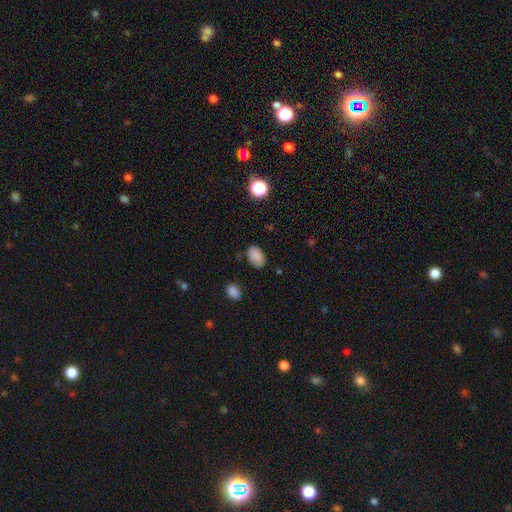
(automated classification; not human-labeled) Smooth or featured? Predicted: smooth (p=0.83). How rounded? Predicted: in between (p=0.86). Merging? Predicted: none (p=0.78).